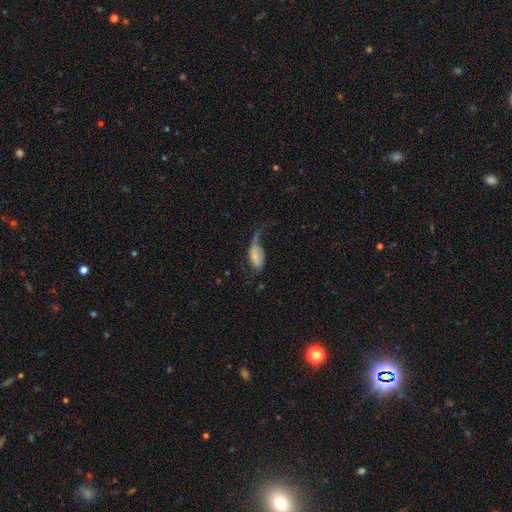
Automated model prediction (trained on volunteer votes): A smooth galaxy with no disk features (62%) that is in between round and cigar-shaped (92%).

Vote fractions:
- Smooth or featured? smooth: 62% / featured or disk: 30% / star or artifact: 8%
- How rounded? in between: 92% / cigar-shaped: 5% / round: 4%
- Merging? major disturbance: 52% / minor disturbance: 23% / none: 20% / merger: 5%